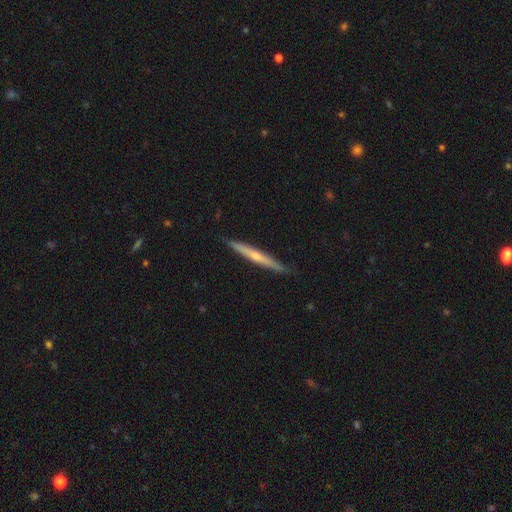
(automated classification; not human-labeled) smooth-or-featured: featured or disk: 60% | smooth: 35% | star or artifact: 6%
  disk-edge-on: yes: 97% | no: 3%
    edge-on-bulge: rounded: 60% | none: 36% | boxy: 4%
  merging: none: 89% | minor disturbance: 8% | major disturbance: 1% | merger: 1%